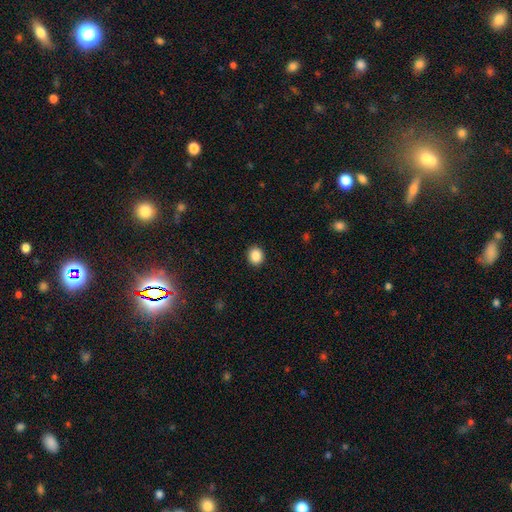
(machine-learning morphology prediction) A smooth galaxy with no disk features (88%) that is round (76%). Merging: none (91%).